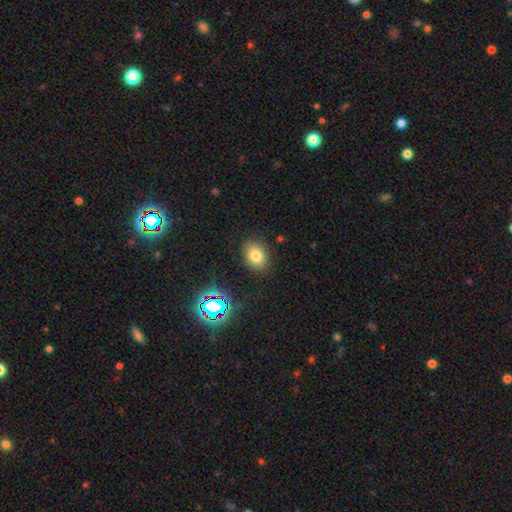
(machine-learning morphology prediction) type=smooth (78%); roundness=in between (74%); merging=none (86%).